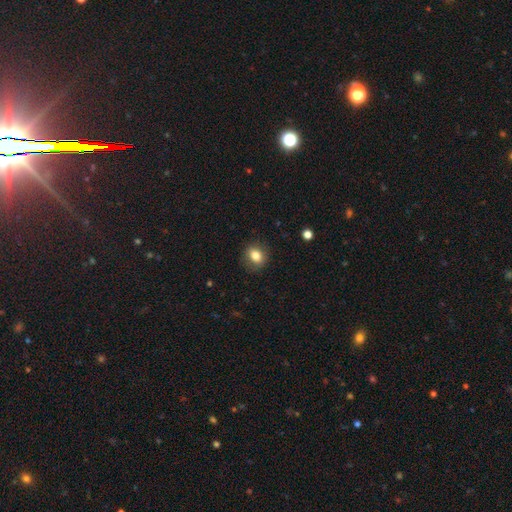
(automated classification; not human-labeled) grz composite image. It shows a smooth galaxy with no disk features (82%) that is round (53%). Merging: none (84%).